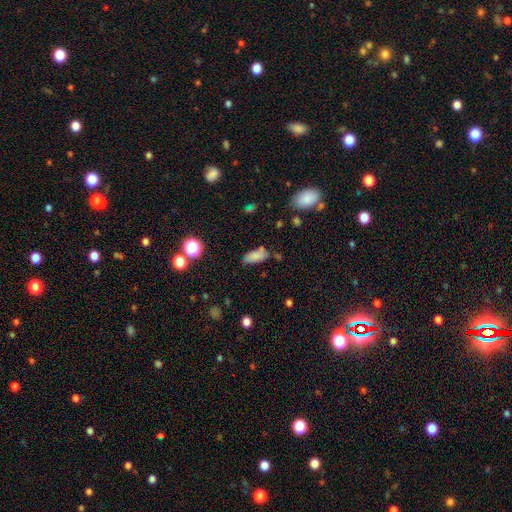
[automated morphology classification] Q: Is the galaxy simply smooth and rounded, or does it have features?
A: smooth — 81%.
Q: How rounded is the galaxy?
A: in between — 83%.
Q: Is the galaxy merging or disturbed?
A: none — 68%.